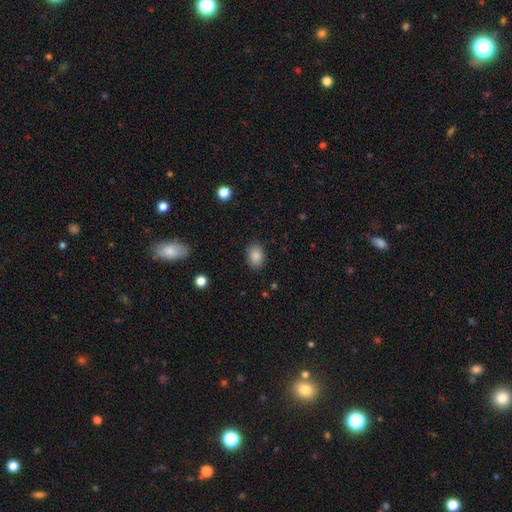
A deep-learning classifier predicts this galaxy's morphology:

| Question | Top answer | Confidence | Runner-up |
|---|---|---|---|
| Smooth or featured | smooth | 87% | star or artifact (9%) |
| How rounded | in between | 74% | round (25%) |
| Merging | none | 87% | minor disturbance (10%) |